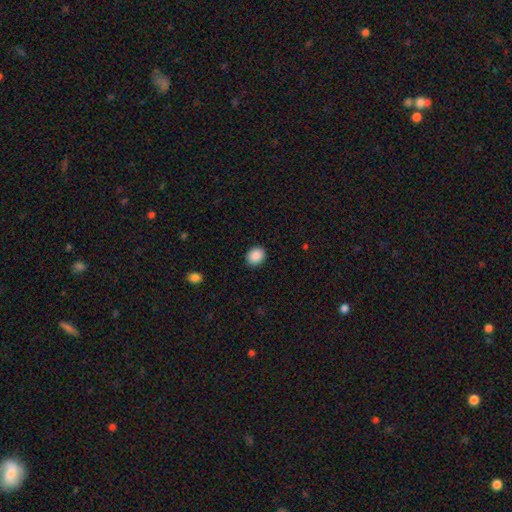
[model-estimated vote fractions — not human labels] Morphology: type=smooth (89%); roundness=round (60%); merging=none (90%).